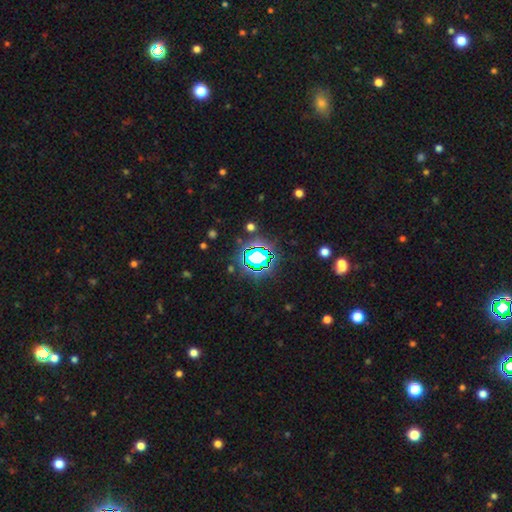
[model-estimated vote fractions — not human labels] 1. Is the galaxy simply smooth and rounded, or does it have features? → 69% star or artifact, 20% smooth, 11% featured or disk.